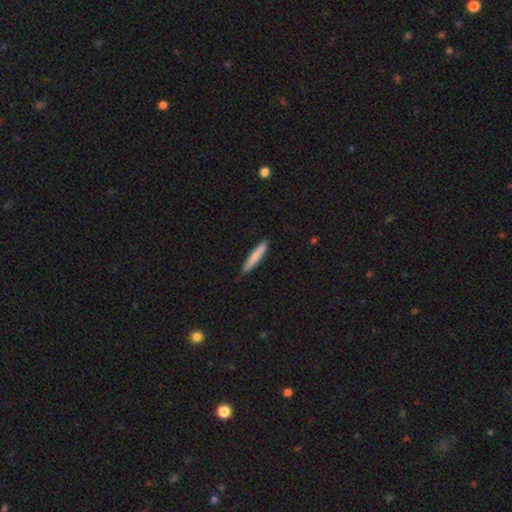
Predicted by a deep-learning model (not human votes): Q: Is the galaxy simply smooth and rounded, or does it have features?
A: smooth — 79%.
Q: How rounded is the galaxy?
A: cigar-shaped — 93%.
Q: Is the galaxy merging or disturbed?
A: none — 85%.